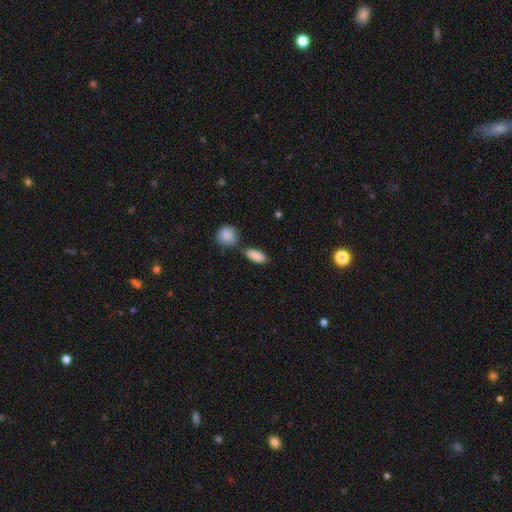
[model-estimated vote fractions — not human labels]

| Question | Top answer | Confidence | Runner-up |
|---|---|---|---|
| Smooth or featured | smooth | 88% | star or artifact (7%) |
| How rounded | in between | 80% | cigar-shaped (16%) |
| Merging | none | 65% | merger (17%) |